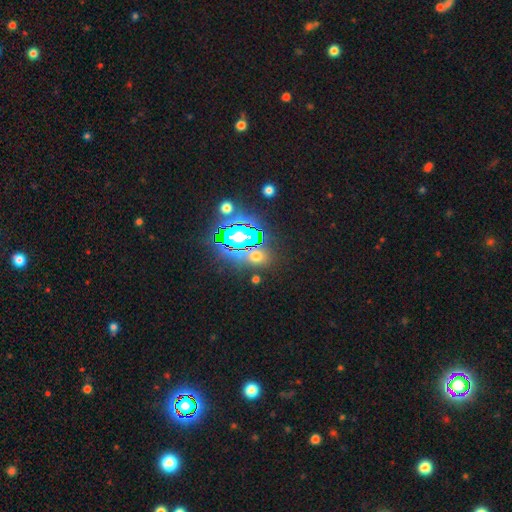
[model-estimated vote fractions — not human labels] Smooth or featured?
  - star or artifact: 51% *
  - smooth: 39%
  - featured or disk: 10%